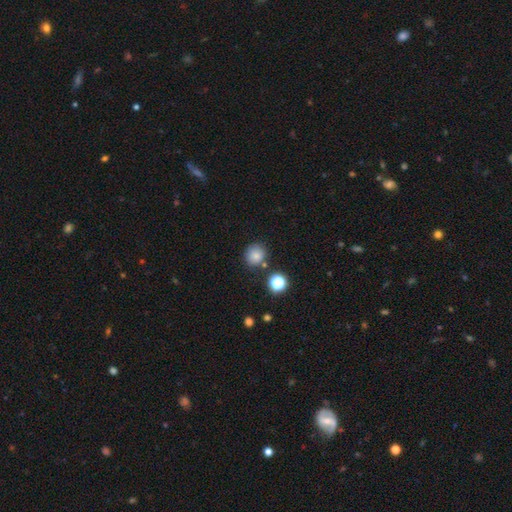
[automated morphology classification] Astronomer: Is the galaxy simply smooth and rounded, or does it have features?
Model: smooth — 79%.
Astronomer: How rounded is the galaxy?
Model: round — 89%.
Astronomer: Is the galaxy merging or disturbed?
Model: none — 79%.